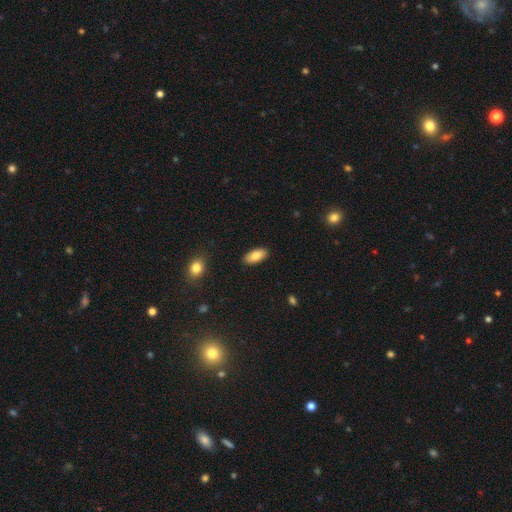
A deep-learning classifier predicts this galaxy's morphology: A smooth galaxy with no disk features (85%) that is in between round and cigar-shaped (90%).

Vote fractions:
- Smooth or featured? smooth: 85% / featured or disk: 8% / star or artifact: 7%
- How rounded? in between: 90% / cigar-shaped: 8% / round: 2%
- Merging? none: 88% / minor disturbance: 9% / major disturbance: 2% / merger: 1%